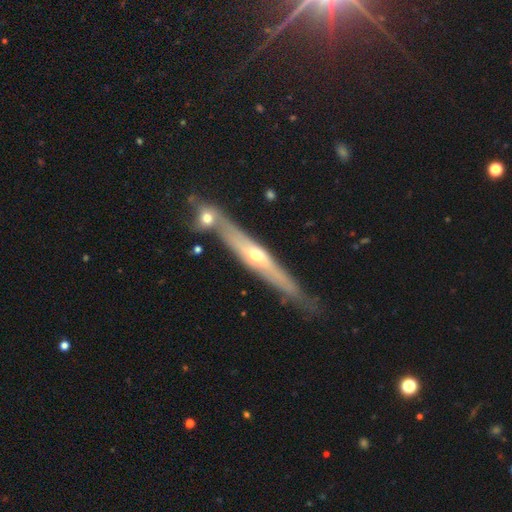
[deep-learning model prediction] smooth-or-featured: featured or disk: 68% | smooth: 26% | star or artifact: 6%
  disk-edge-on: yes: 88% | no: 12%
    edge-on-bulge: rounded: 80% | none: 17% | boxy: 4%
  merging: none: 67% | merger: 15% | minor disturbance: 14% | major disturbance: 4%